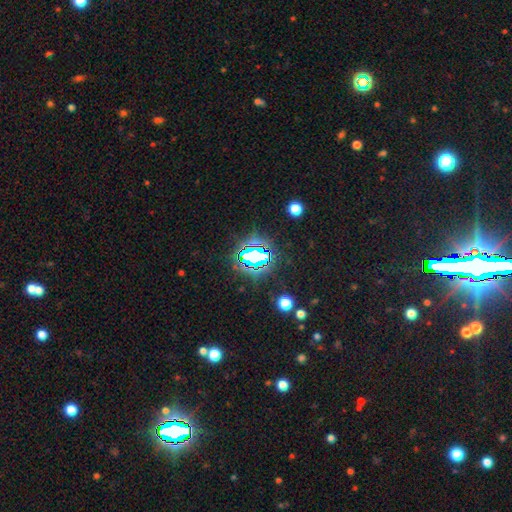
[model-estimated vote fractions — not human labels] Smooth or featured: star or artifact — 71% (smooth — 17%)